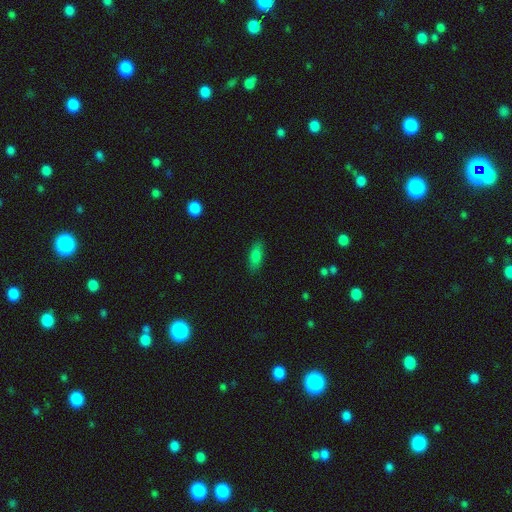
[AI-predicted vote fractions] This is clearly a smooth galaxy (80%). How rounded: likely in between (73%). Merging: clearly none (86%).